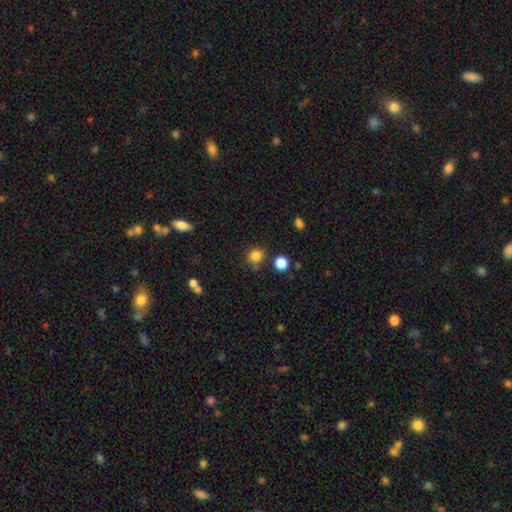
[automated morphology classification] smooth_or_featured: smooth (p=0.83) [alt: star or artifact p=0.13]
how_rounded: round (p=0.84) [alt: in between p=0.15]
merging: none (p=0.77) [alt: minor disturbance p=0.12]